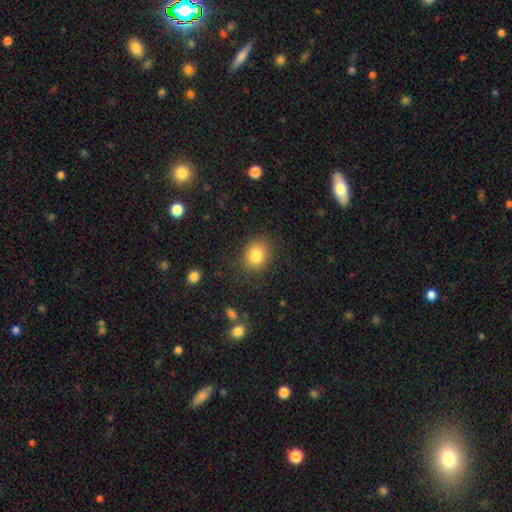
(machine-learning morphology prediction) Smooth or featured?
  - smooth: 82% *
  - star or artifact: 10%
  - featured or disk: 8%
How rounded?
  - round: 59% *
  - in between: 40%
  - cigar-shaped: 1%
Merging?
  - none: 84% *
  - minor disturbance: 11%
  - major disturbance: 4%
  - merger: 1%